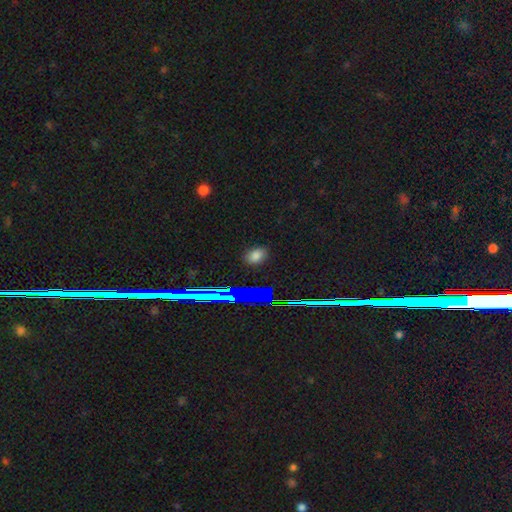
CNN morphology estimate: The model was most divided on "how rounded": in between: 66%, round: 32%, cigar-shaped: 2%. More confident: merging — none (86%); smooth or featured — smooth (74%).